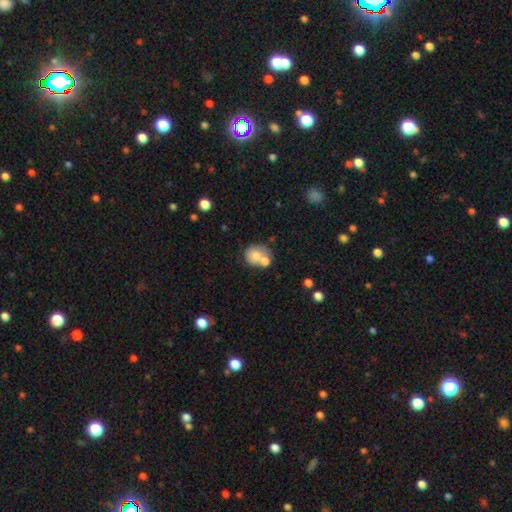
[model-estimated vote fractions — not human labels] Smooth or featured? Predicted: smooth (p=0.75). How rounded? Predicted: round (p=0.73). Merging? Predicted: merger (p=0.46).